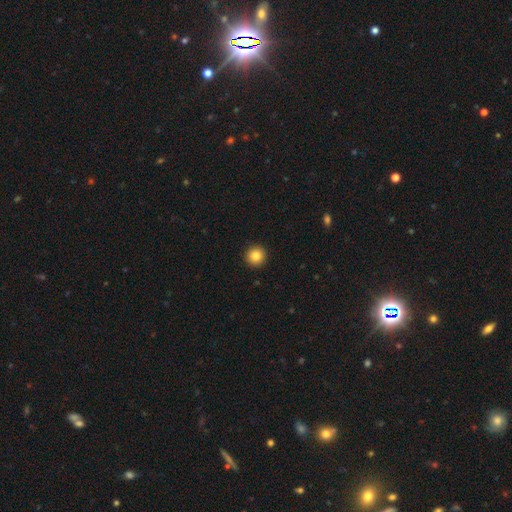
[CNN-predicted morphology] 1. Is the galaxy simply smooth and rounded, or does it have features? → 84% smooth, 10% star or artifact, 6% featured or disk.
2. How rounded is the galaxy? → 96% round, 3% in between, 1% cigar-shaped.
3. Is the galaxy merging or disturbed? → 94% none, 4% minor disturbance, 1% major disturbance, 1% merger.